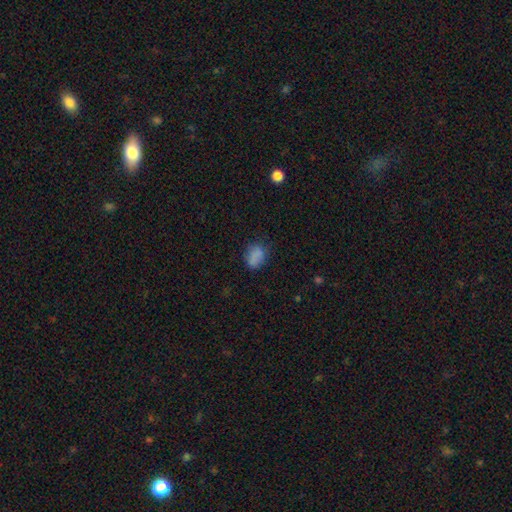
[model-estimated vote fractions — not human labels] A smooth galaxy with no disk features (79%) that is in between round and cigar-shaped (70%). Merging: none (67%).